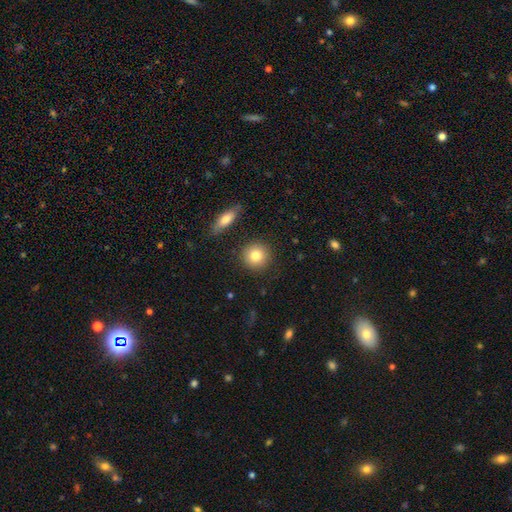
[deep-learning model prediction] A smooth galaxy with no disk features (82%) that is round (92%).

Vote fractions:
- Smooth or featured? smooth: 82% / featured or disk: 10% / star or artifact: 8%
- How rounded? round: 92% / in between: 6% / cigar-shaped: 1%
- Merging? none: 88% / minor disturbance: 7% / merger: 3% / major disturbance: 2%